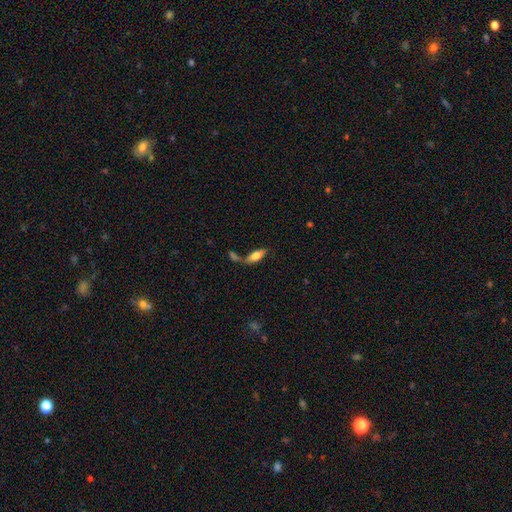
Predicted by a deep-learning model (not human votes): Smooth or featured: smooth — 69% (featured or disk — 23%)
How rounded: in between — 70% (cigar-shaped — 27%)
Merging: none — 52% (merger — 26%)